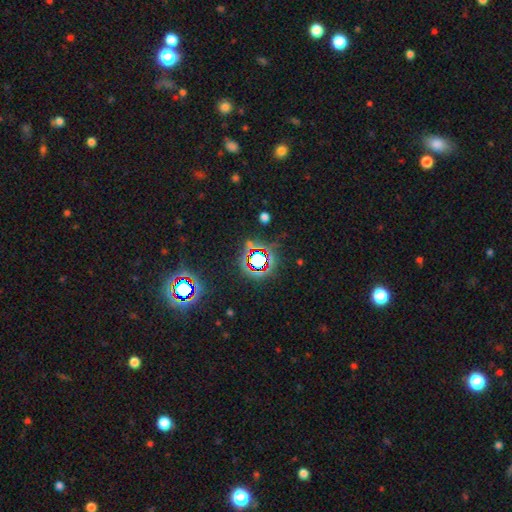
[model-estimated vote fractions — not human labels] Smooth or featured? star or artifact (71%)